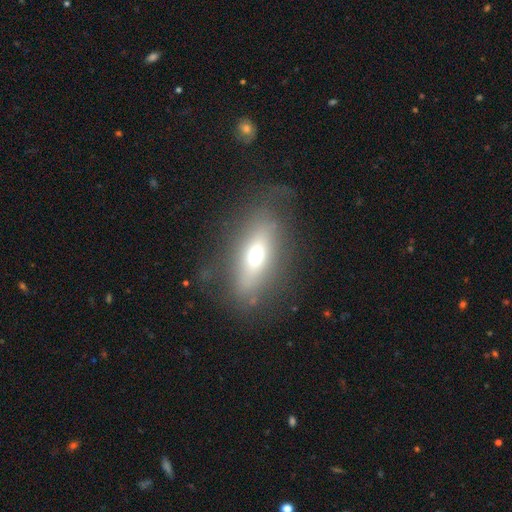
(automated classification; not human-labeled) Smooth or featured: smooth — 52% (featured or disk — 38%)
How rounded: in between — 69% (cigar-shaped — 24%)
Merging: none — 65% (minor disturbance — 20%)